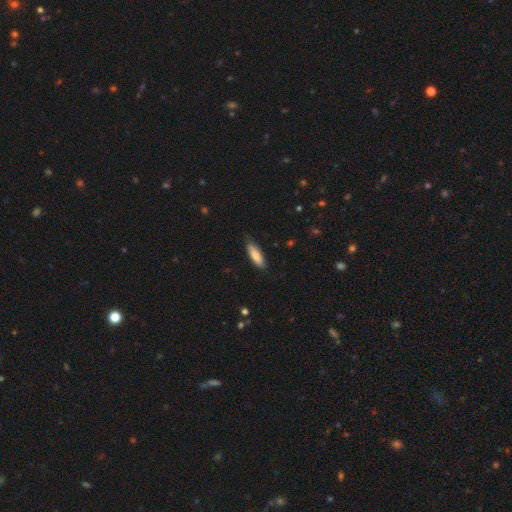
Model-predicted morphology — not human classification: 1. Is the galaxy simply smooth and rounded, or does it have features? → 77% smooth, 17% featured or disk, 6% star or artifact.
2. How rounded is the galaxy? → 50% in between, 48% cigar-shaped, 2% round.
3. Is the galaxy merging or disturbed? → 82% none, 15% minor disturbance, 2% major disturbance, 1% merger.